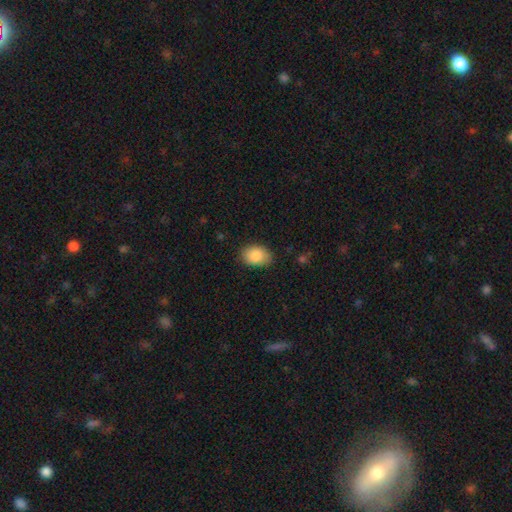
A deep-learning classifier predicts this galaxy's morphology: type=smooth (88%); roundness=in between (79%); merging=none (82%).